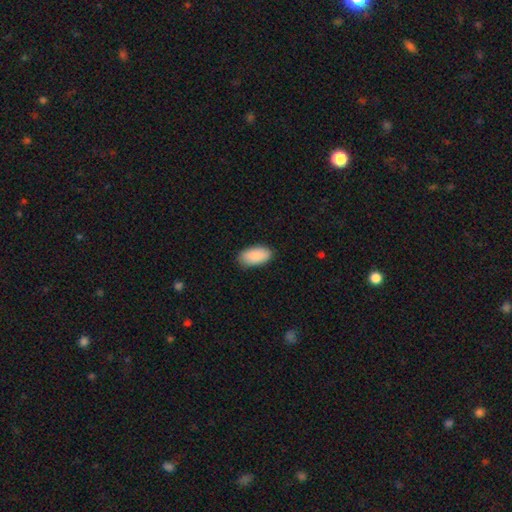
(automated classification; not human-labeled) Overall: smooth (90%). How rounded: in between (95%). Merging: none (86%).